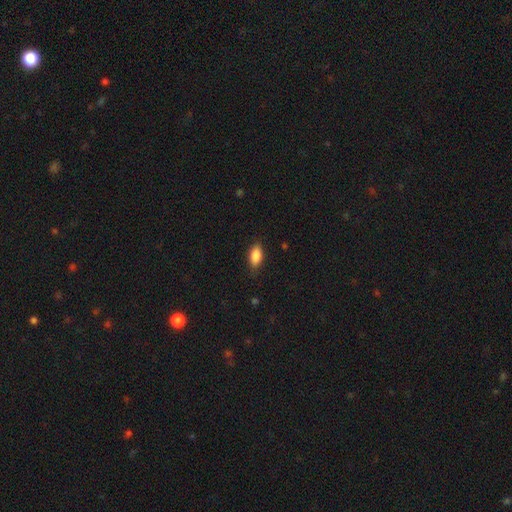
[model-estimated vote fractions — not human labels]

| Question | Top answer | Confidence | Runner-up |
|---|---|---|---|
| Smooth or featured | smooth | 87% | star or artifact (7%) |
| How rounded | in between | 90% | cigar-shaped (6%) |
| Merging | none | 81% | minor disturbance (15%) |